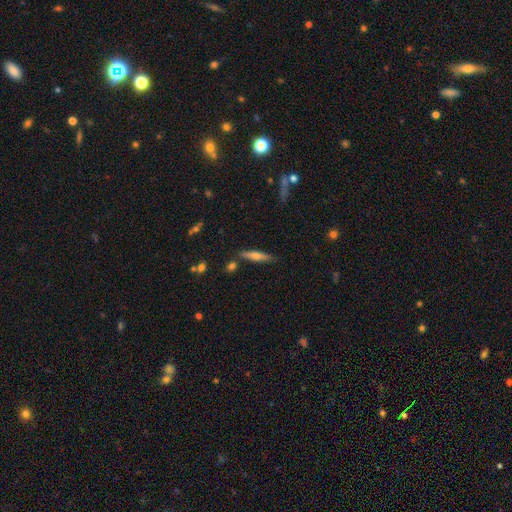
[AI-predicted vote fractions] A smooth galaxy with no disk features (47%).

Vote fractions:
- Smooth or featured? smooth: 47% / featured or disk: 45% / star or artifact: 8%
- Merging? none: 82% / minor disturbance: 11% / merger: 5% / major disturbance: 2%